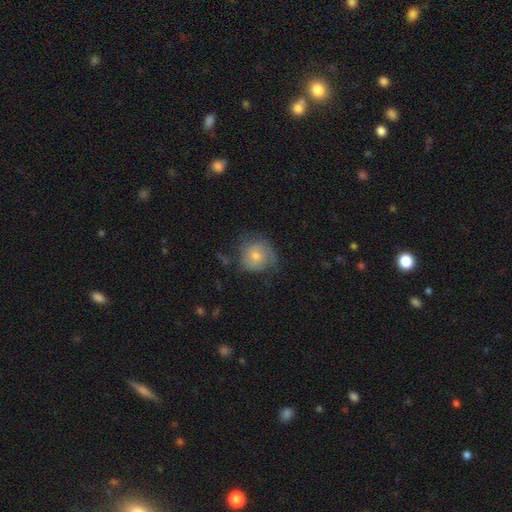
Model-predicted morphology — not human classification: Q: Smooth or featured?
A: smooth (66%); runner-up: featured or disk (27%)
Q: How rounded?
A: round (85%); runner-up: in between (15%)
Q: Merging?
A: none (56%); runner-up: minor disturbance (29%)